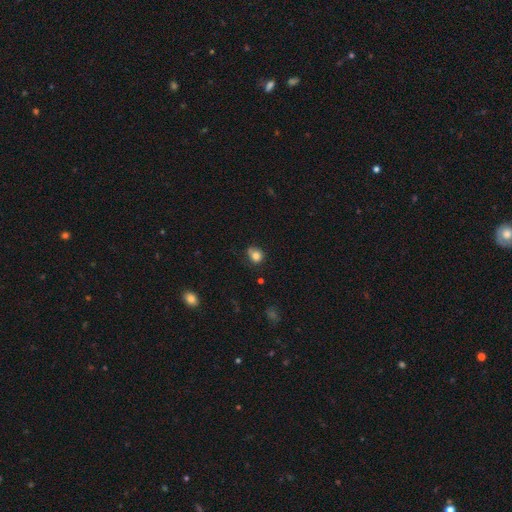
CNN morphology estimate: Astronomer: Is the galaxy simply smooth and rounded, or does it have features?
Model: smooth — 81%.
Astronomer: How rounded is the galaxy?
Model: round — 71%.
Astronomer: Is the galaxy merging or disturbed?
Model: none — 56%.